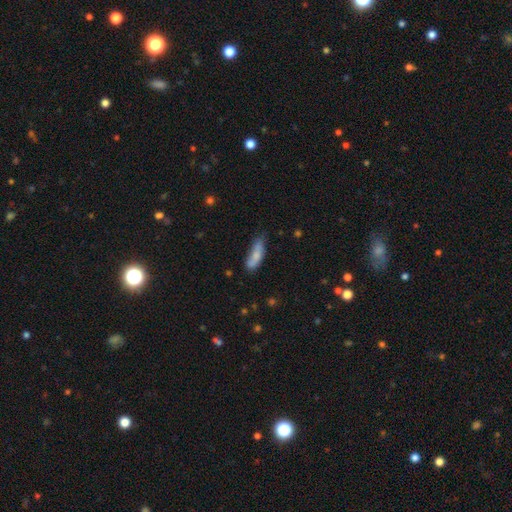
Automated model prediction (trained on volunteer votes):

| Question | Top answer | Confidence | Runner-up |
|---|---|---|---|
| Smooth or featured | smooth | 74% | featured or disk (18%) |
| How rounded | in between | 52% | cigar-shaped (46%) |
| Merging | none | 47% | minor disturbance (33%) |